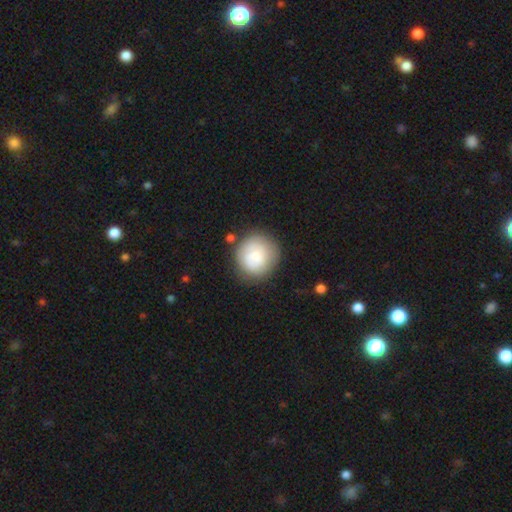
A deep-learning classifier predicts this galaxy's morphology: This is likely a smooth galaxy (70%). How rounded: clearly round (93%). Merging: likely none (73%).